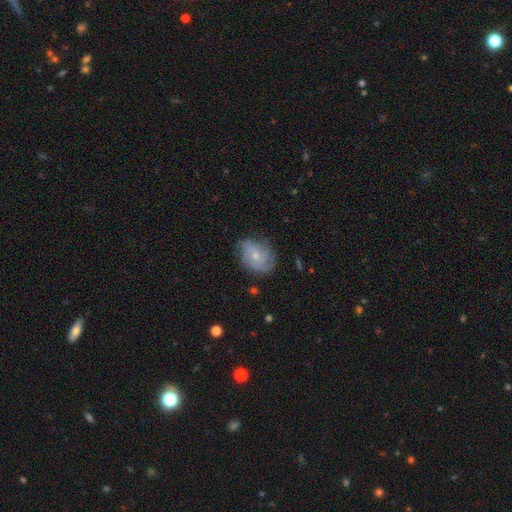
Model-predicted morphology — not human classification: Overall: featured or disk (73%). Edge-on disk: no (97%). Bar: no (79%). Spiral arms: yes (92%). Spiral arm count: 3 (29%; can't tell 26%). Spiral winding: tight (46%; medium 38%). Bulge size: small (61%; moderate 36%). Merging: none (70%).